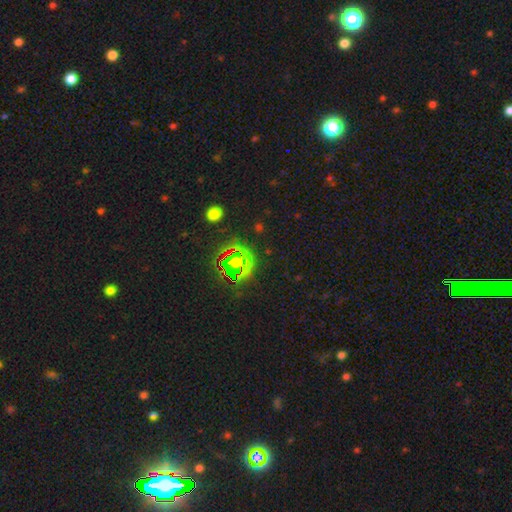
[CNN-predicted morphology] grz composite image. It shows a star or artifact, not a galaxy (75%).